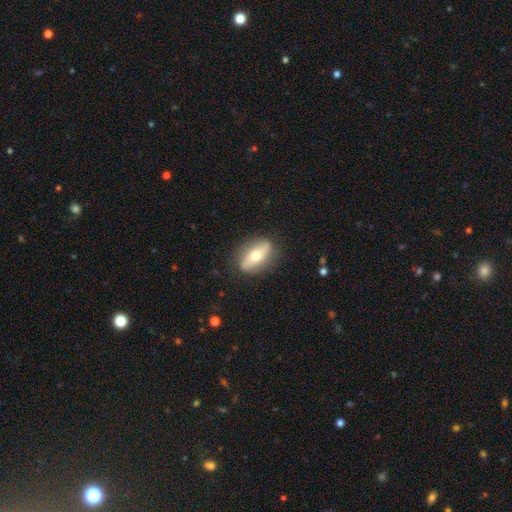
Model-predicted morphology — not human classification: This is possibly a featured or disk galaxy (47%). Merging: clearly none (84%).